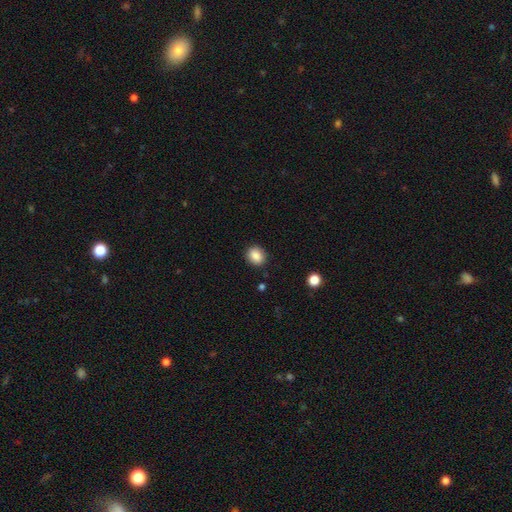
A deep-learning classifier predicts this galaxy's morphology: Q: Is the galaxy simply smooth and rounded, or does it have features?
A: smooth — 87%.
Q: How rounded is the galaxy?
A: round — 61%.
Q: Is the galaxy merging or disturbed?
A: none — 89%.